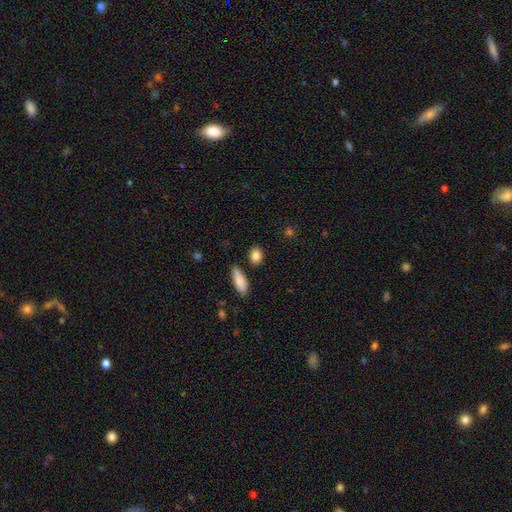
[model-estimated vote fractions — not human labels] Smooth or featured: smooth — 86% (star or artifact — 8%)
How rounded: in between — 58% (round — 38%)
Merging: none — 84% (minor disturbance — 10%)